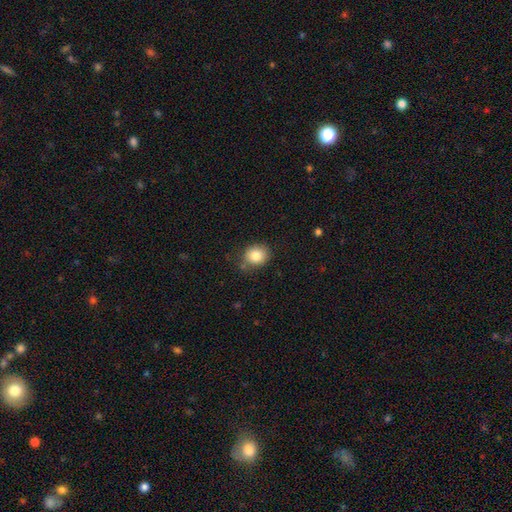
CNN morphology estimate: Smooth or featured?
  - smooth: 83% *
  - star or artifact: 10%
  - featured or disk: 7%
How rounded?
  - round: 77% *
  - in between: 22%
  - cigar-shaped: 1%
Merging?
  - none: 76% *
  - minor disturbance: 17%
  - major disturbance: 4%
  - merger: 3%